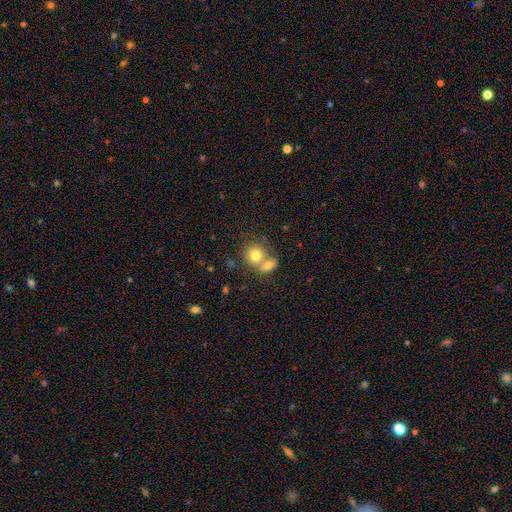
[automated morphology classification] smooth-or-featured: smooth: 76% | featured or disk: 14% | star or artifact: 10%
  how-rounded: round: 75% | in between: 24% | cigar-shaped: 1%
  merging: merger: 56% | none: 34% | minor disturbance: 7% | major disturbance: 3%